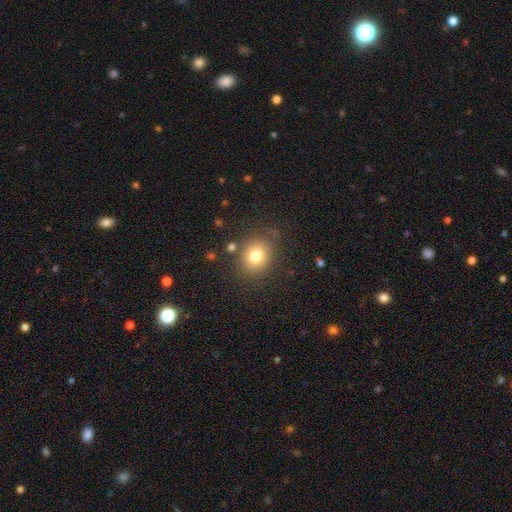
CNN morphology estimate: Overall: smooth (78%). How rounded: round (67%; in between 32%). Merging: none (79%).